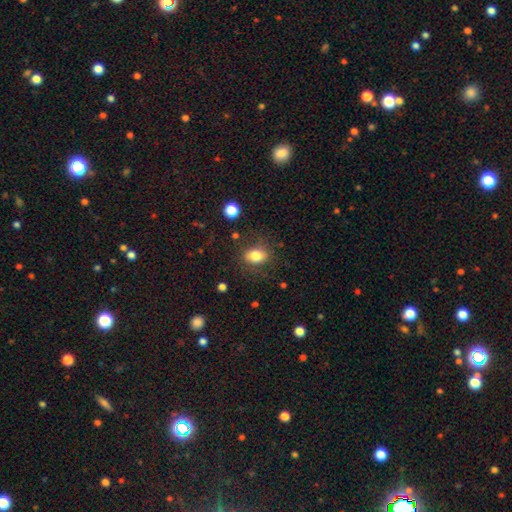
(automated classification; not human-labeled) Smooth or featured?
  - smooth: 80% *
  - featured or disk: 10%
  - star or artifact: 10%
How rounded?
  - in between: 73% *
  - round: 25%
  - cigar-shaped: 2%
Merging?
  - none: 77% *
  - minor disturbance: 15%
  - major disturbance: 6%
  - merger: 2%